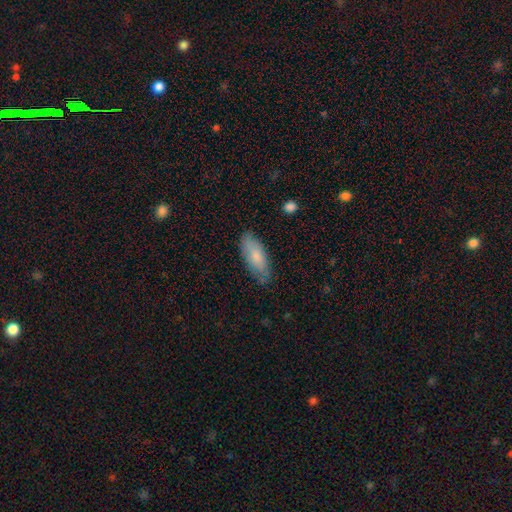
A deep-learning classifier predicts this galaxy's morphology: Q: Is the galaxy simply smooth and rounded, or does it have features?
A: smooth — 76%.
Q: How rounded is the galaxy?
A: in between — 79%.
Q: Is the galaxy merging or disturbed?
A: none — 78%.